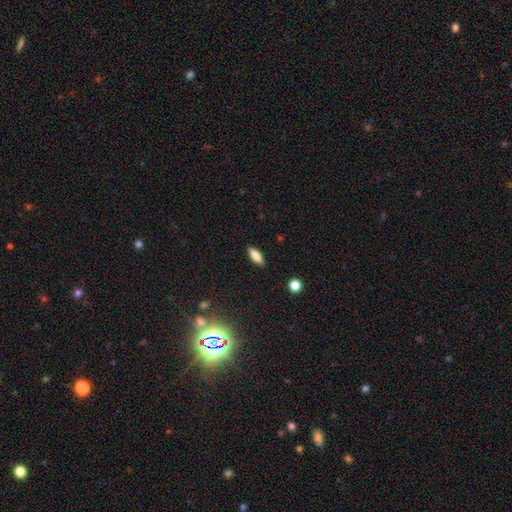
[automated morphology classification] Smooth or featured?
  - smooth: 80% *
  - featured or disk: 12%
  - star or artifact: 8%
How rounded?
  - in between: 69% *
  - cigar-shaped: 29%
  - round: 2%
Merging?
  - none: 89% *
  - minor disturbance: 8%
  - major disturbance: 2%
  - merger: 1%